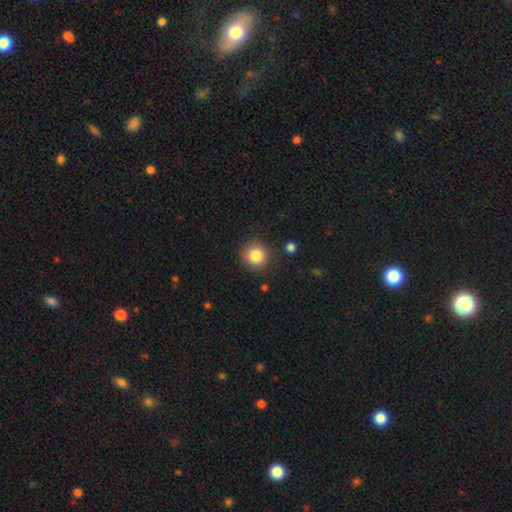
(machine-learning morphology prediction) Smooth or featured?
  - smooth: 84% *
  - star or artifact: 10%
  - featured or disk: 6%
How rounded?
  - round: 91% *
  - in between: 8%
  - cigar-shaped: 1%
Merging?
  - none: 83% *
  - minor disturbance: 11%
  - major disturbance: 3%
  - merger: 3%